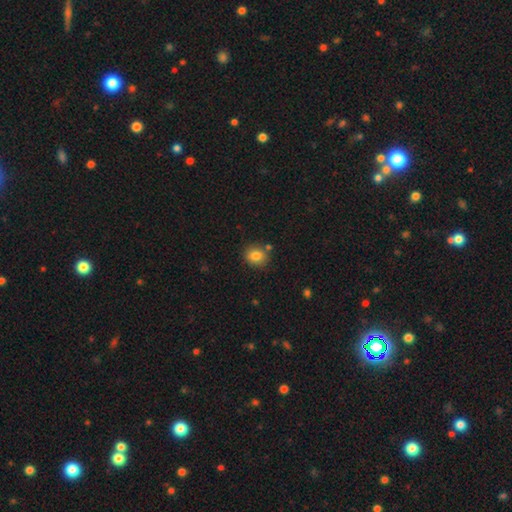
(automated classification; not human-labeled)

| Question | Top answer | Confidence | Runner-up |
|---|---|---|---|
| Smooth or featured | smooth | 83% | star or artifact (10%) |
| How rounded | round | 72% | in between (27%) |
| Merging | none | 79% | minor disturbance (11%) |